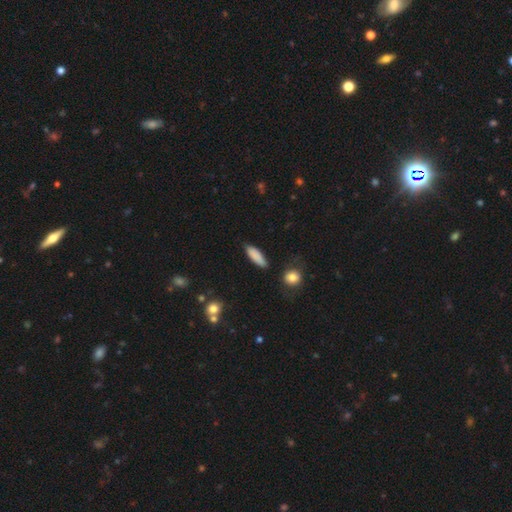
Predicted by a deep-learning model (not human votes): smooth_or_featured: smooth (p=0.87) [alt: featured or disk p=0.07]
how_rounded: cigar-shaped (p=0.49) [alt: in between p=0.48]
merging: none (p=0.82) [alt: minor disturbance p=0.12]